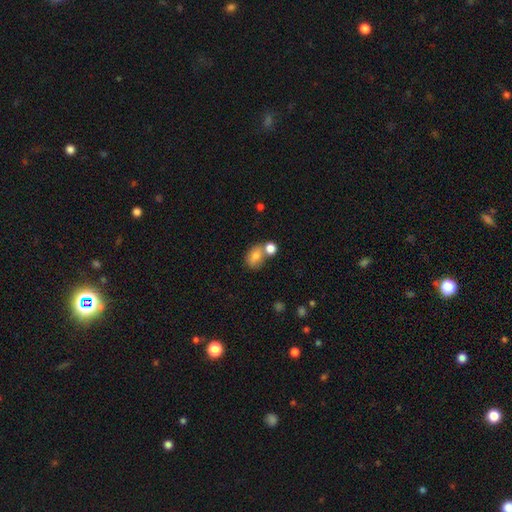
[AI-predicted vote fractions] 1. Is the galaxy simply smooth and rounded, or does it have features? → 78% smooth, 12% featured or disk, 10% star or artifact.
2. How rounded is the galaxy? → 67% in between, 31% round, 1% cigar-shaped.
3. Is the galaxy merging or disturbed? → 49% none, 33% merger, 13% minor disturbance, 5% major disturbance.